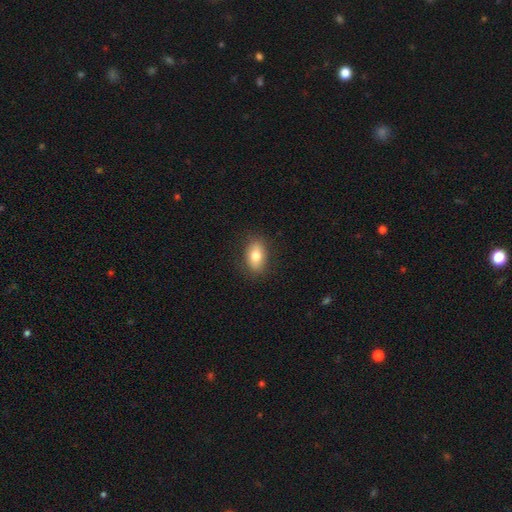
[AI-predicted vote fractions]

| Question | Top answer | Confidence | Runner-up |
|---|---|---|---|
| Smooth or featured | smooth | 79% | featured or disk (13%) |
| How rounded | in between | 87% | round (10%) |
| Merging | none | 86% | minor disturbance (10%) |